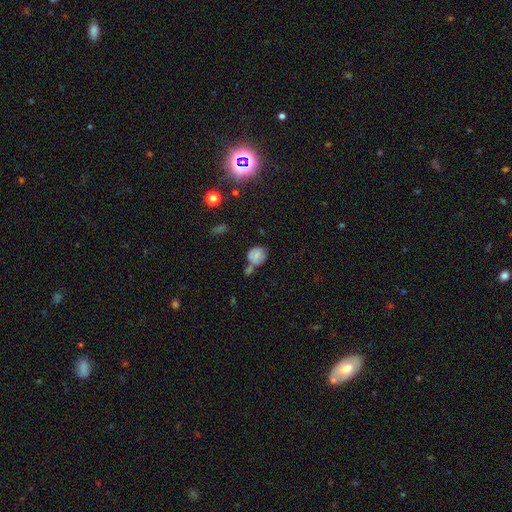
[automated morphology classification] The model was most divided on "merging": none: 45%, merger: 31%, minor disturbance: 17%, major disturbance: 6%. More confident: how rounded — round (80%); smooth or featured — smooth (71%).